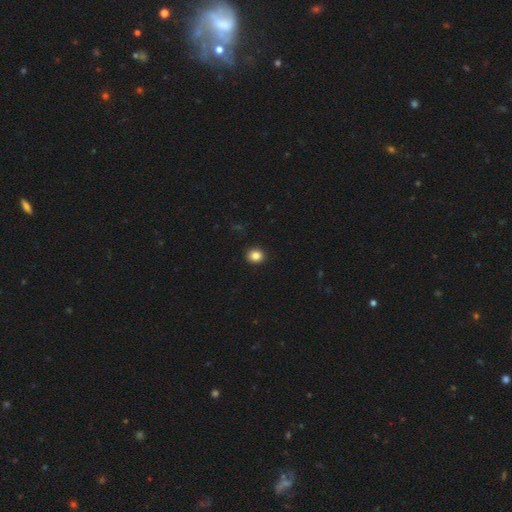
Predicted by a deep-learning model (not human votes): Smooth or featured? smooth (85%)
How rounded? round (73%)
Merging? none (92%)